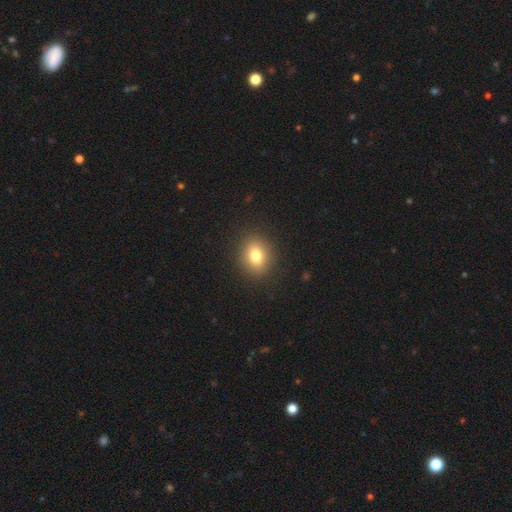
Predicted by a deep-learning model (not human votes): smooth 80%, star or artifact 11%, featured or disk 9%. Down the decision tree: how rounded — round (60%); merging — none (90%).